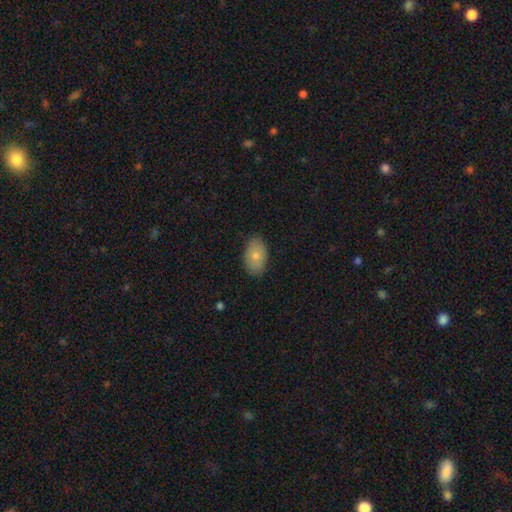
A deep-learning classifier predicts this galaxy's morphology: type=smooth (78%); roundness=in between (90%); merging=none (82%).